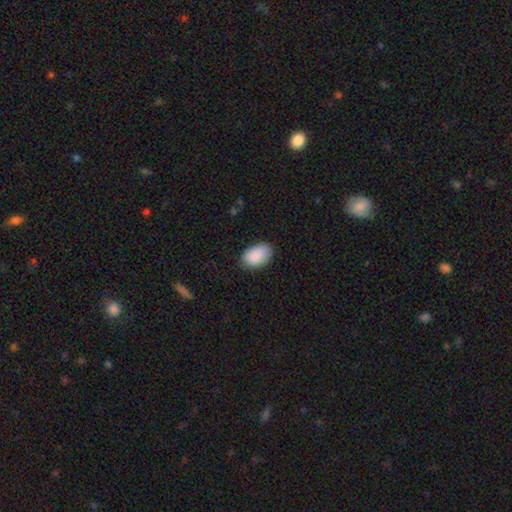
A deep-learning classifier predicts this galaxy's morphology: A smooth galaxy with no disk features (89%) that is in between round and cigar-shaped (92%).

Vote fractions:
- Smooth or featured? smooth: 89% / star or artifact: 7% / featured or disk: 4%
- How rounded? in between: 92% / round: 7% / cigar-shaped: 1%
- Merging? none: 80% / minor disturbance: 16% / major disturbance: 3% / merger: 1%